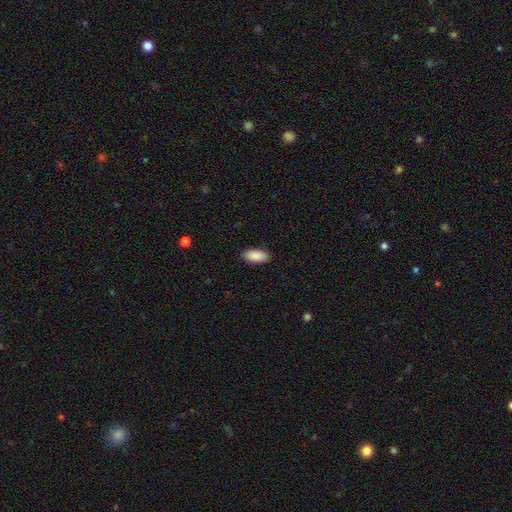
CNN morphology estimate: A smooth galaxy with no disk features (91%) that is in between round and cigar-shaped (93%).

Vote fractions:
- Smooth or featured? smooth: 91% / star or artifact: 6% / featured or disk: 3%
- How rounded? in between: 93% / cigar-shaped: 5% / round: 2%
- Merging? none: 89% / minor disturbance: 8% / major disturbance: 2% / merger: 1%